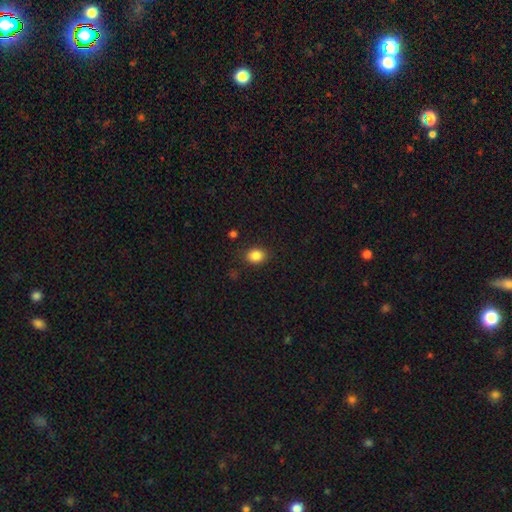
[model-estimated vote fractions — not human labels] smooth-or-featured: smooth: 85% | star or artifact: 10% | featured or disk: 5%
  how-rounded: in between: 51% | round: 48% | cigar-shaped: 1%
  merging: none: 85% | minor disturbance: 10% | major disturbance: 3% | merger: 2%